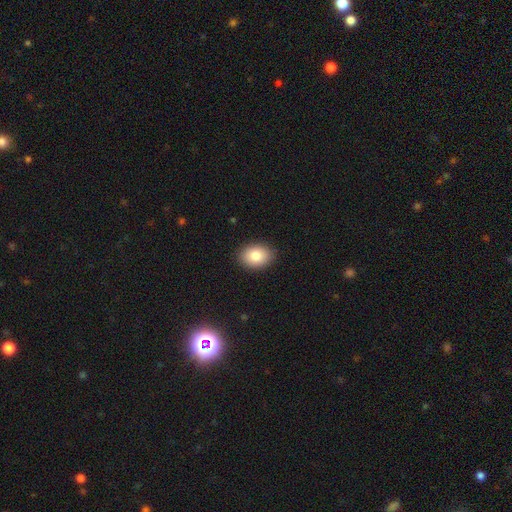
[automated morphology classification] Q: Smooth or featured?
A: smooth (83%); runner-up: featured or disk (9%)
Q: How rounded?
A: in between (69%); runner-up: round (30%)
Q: Merging?
A: none (89%); runner-up: minor disturbance (8%)